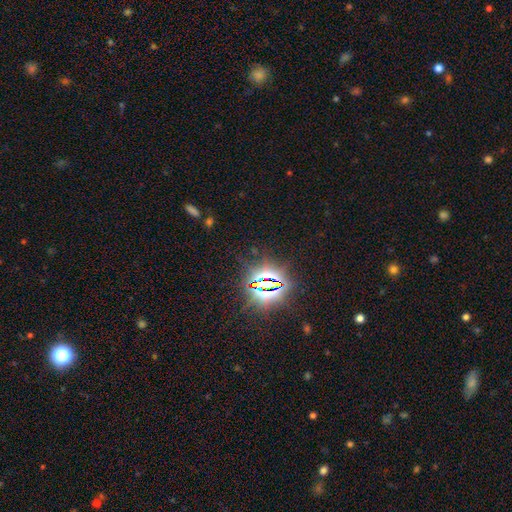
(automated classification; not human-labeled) star or artifact 81%, smooth 12%, featured or disk 7%.